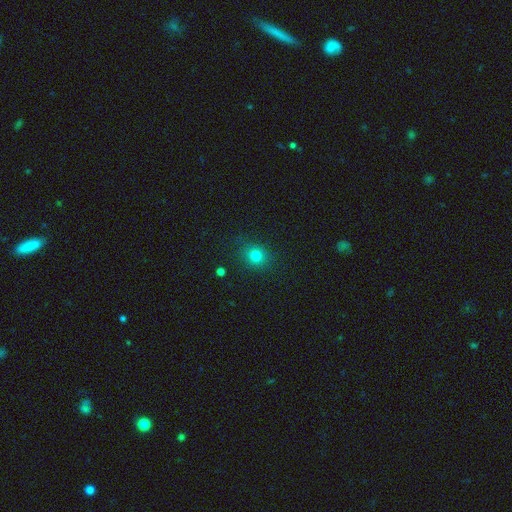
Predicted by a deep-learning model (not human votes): Smooth or featured? Predicted: smooth (p=0.78). How rounded? Predicted: round (p=0.82). Merging? Predicted: none (p=0.86).